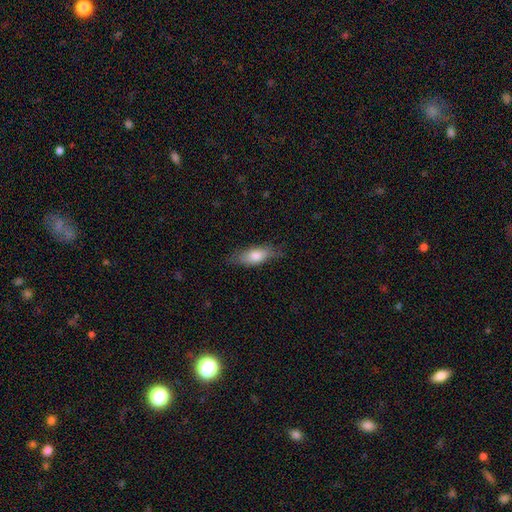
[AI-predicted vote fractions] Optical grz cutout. It shows a smooth galaxy with no disk features (73%) that is in between round and cigar-shaped (68%). Merging: none (76%).